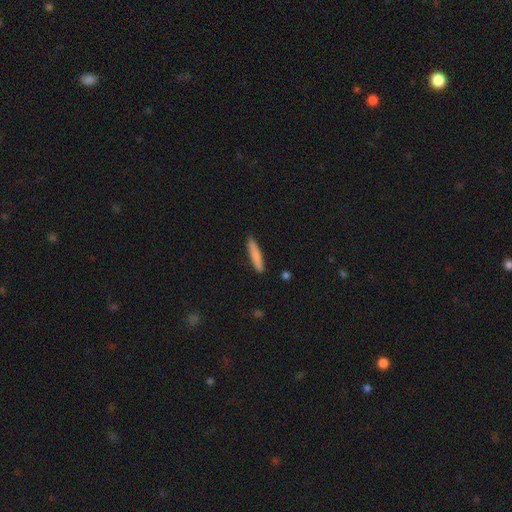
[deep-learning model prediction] A smooth galaxy with no disk features (81%) that is cigar-shaped (90%).

Vote fractions:
- Smooth or featured? smooth: 81% / featured or disk: 13% / star or artifact: 6%
- How rounded? cigar-shaped: 90% / in between: 8% / round: 1%
- Merging? none: 89% / minor disturbance: 8% / major disturbance: 2% / merger: 1%